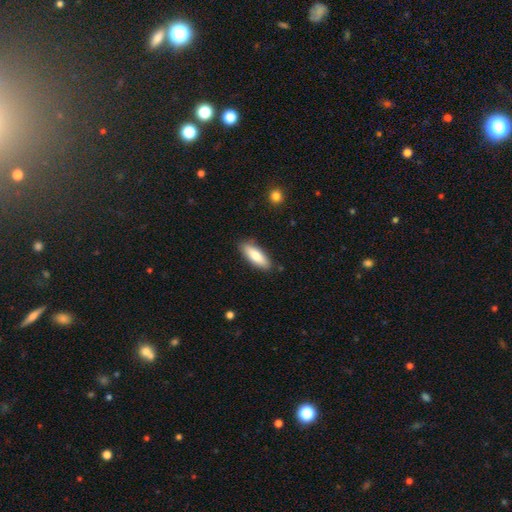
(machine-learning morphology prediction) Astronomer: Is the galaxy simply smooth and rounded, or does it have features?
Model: smooth — 78%.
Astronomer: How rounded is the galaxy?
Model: in between — 60% (runner-up: cigar-shaped, 39%).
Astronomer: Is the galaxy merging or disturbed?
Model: none — 86%.